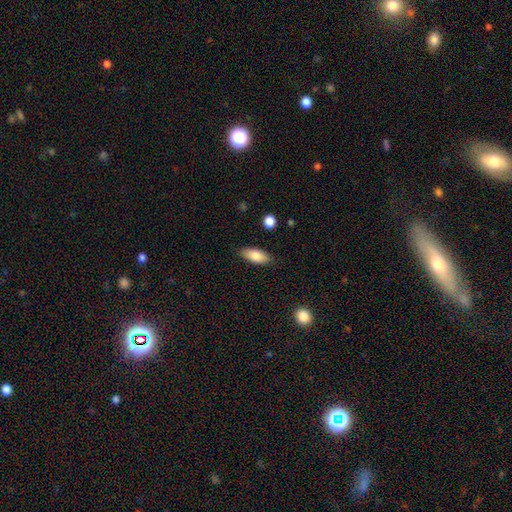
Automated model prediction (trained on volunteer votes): smooth_or_featured: smooth (p=0.83) [alt: featured or disk p=0.11]
how_rounded: in between (p=0.82) [alt: cigar-shaped p=0.16]
merging: none (p=0.85) [alt: minor disturbance p=0.11]